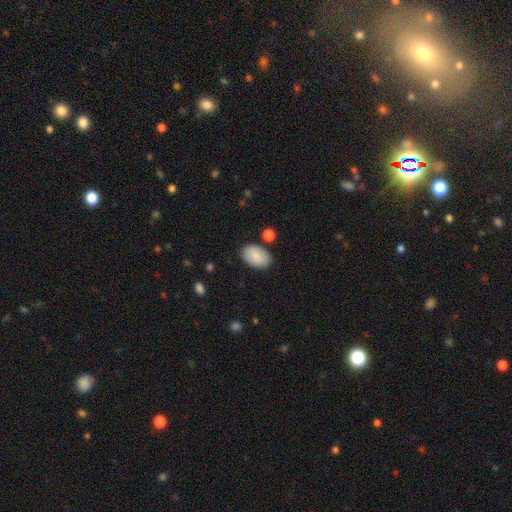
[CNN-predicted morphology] A smooth galaxy with no disk features (84%) that is in between round and cigar-shaped (90%). Merging: none (81%).